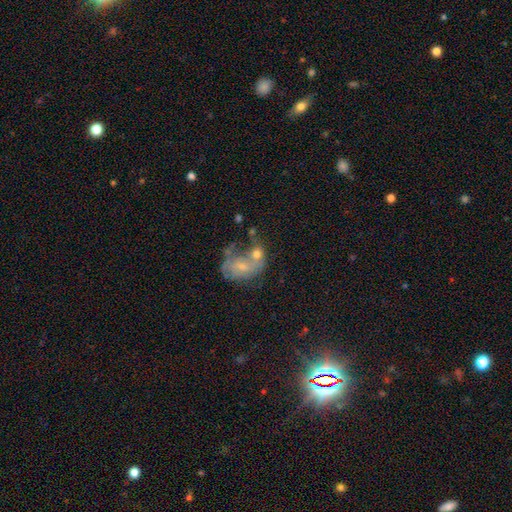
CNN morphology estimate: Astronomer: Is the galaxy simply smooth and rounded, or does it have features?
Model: featured or disk — 51% (runner-up: smooth, 30%).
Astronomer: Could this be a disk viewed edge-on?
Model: no — 96%.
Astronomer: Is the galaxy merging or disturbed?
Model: merger — 36% (runner-up: none, 29%).